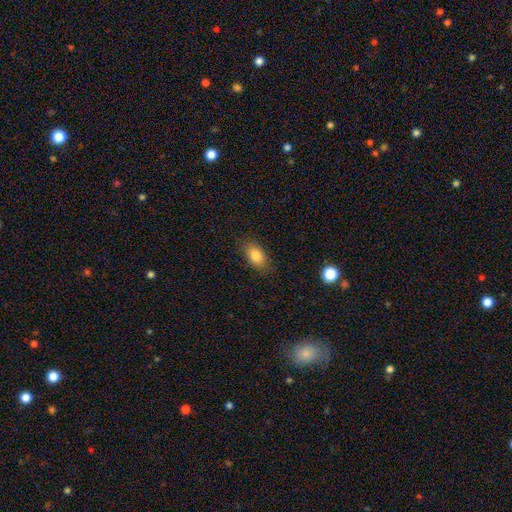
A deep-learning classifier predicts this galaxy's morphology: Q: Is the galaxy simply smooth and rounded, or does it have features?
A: smooth — 83%.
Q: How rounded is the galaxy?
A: in between — 87%.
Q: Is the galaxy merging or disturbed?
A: none — 83%.